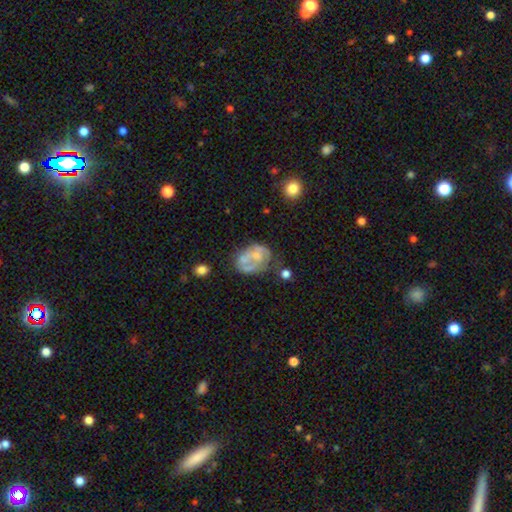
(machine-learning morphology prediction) A featured or disk galaxy (64%) with no bar (78%), no spiral arms (62%) and a small central bulge (38%).

Vote fractions:
- Smooth or featured? featured or disk: 64% / smooth: 28% / star or artifact: 8%
- Edge-on disk? no: 98% / yes: 2%
- Bar? no: 78% / weak: 18% / strong: 5%
- Spiral arms? no: 62% / yes: 38%
- Bulge size? small: 38% / moderate: 30% / none: 28% / large: 3% / dominant: 1%
- Merging? none: 34% / major disturbance: 26% / minor disturbance: 24% / merger: 16%